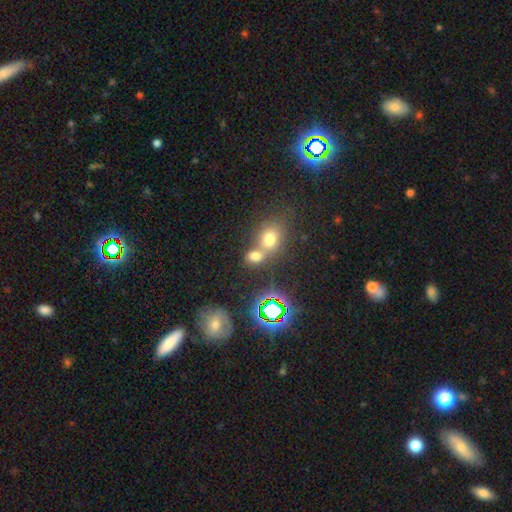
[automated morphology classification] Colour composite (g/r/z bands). It shows a smooth galaxy with no disk features (65%) that is in between round and cigar-shaped (51%). Merging: merger (52%).